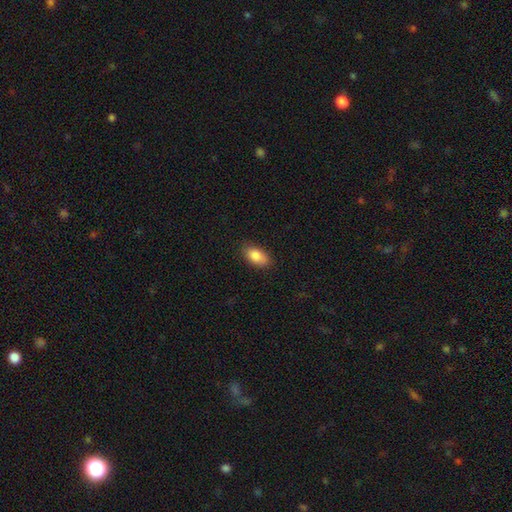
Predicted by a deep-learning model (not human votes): The model was most divided on "merging": none: 82%, minor disturbance: 14%, major disturbance: 3%, merger: 1%. More confident: how rounded — in between (91%); smooth or featured — smooth (85%).